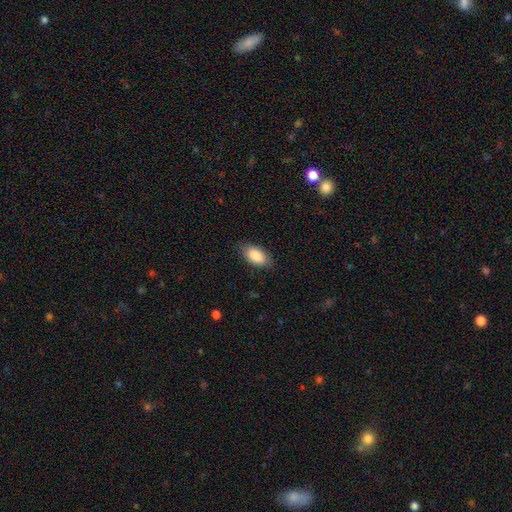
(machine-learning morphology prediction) The model was most divided on "merging": none: 83%, minor disturbance: 13%, major disturbance: 3%, merger: 1%. More confident: how rounded — in between (93%); smooth or featured — smooth (88%).